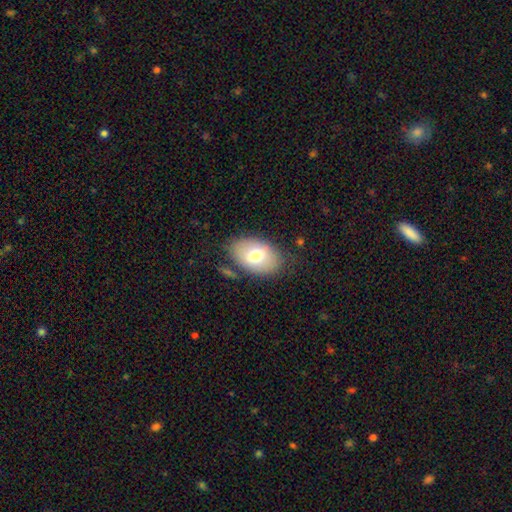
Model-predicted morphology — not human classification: Smooth or featured?
  - smooth: 71% *
  - featured or disk: 22%
  - star or artifact: 7%
How rounded?
  - in between: 89% *
  - round: 10%
  - cigar-shaped: 1%
Merging?
  - none: 74% *
  - minor disturbance: 17%
  - major disturbance: 6%
  - merger: 4%